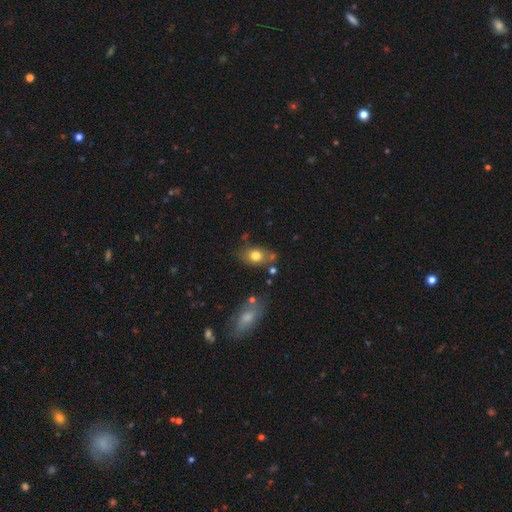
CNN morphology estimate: This appears to be a smooth galaxy with no disk features (78%) that is in between round and cigar-shaped (68%). Merging: none (67%).